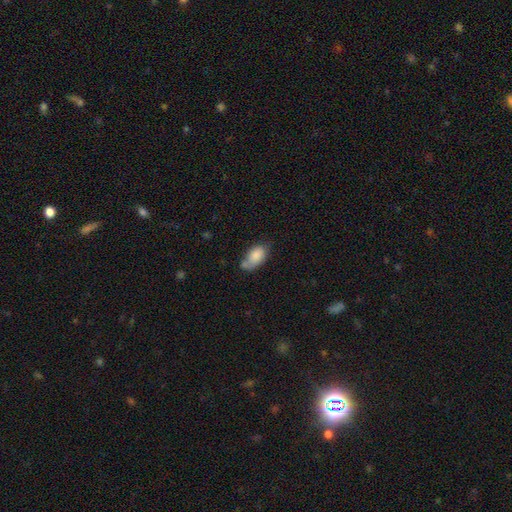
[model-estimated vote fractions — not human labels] A smooth galaxy with no disk features (82%) that is in between round and cigar-shaped (91%). Merging: none (48%).